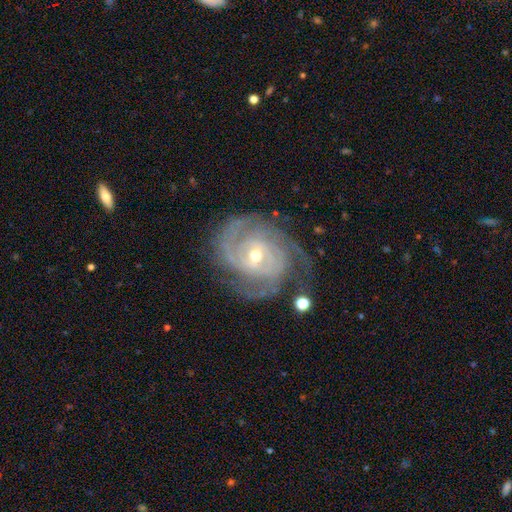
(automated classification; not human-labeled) The model was most divided on "spiral arm count": 3: 29%, 2: 28%, can't tell: 19%, 4: 12%, more than 4: 6%, 1: 6%. More confident: spiral arms — yes (98%); edge-on disk — no (97%); smooth or featured — featured or disk (91%); spiral winding — tight (68%); merging — none (68%); bar — no (53%); bulge size — small (50%).